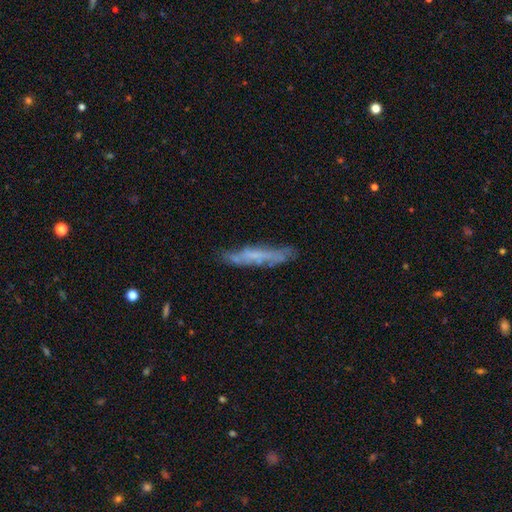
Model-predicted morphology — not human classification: Overall: featured or disk (53%; smooth 38%). Edge-on disk: yes (65%; no 35%). Merging: none (69%).